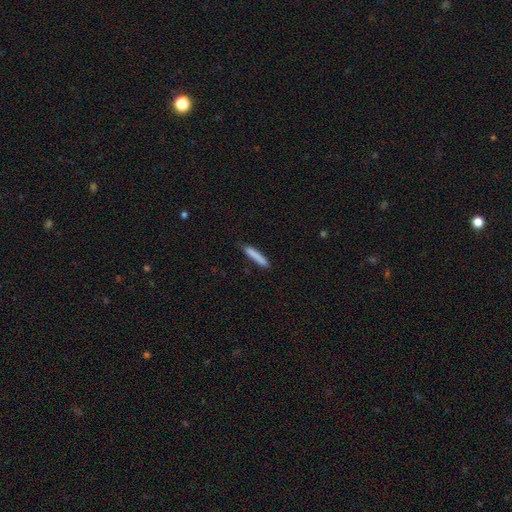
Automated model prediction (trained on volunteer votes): Overall: smooth (83%). How rounded: cigar-shaped (93%). Merging: none (82%).